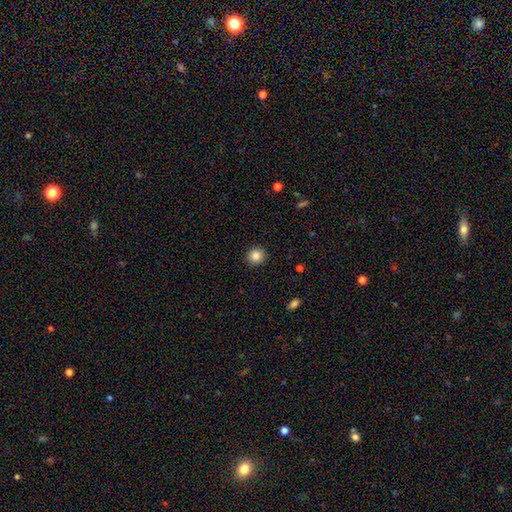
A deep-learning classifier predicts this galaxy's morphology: A smooth galaxy with no disk features (85%) that is round (90%). Merging: none (92%).